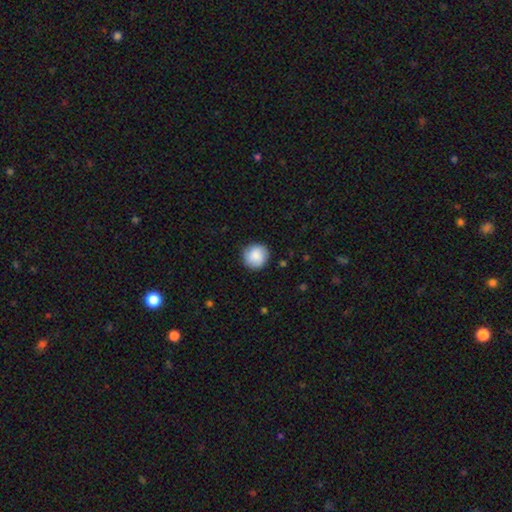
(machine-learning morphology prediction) type=smooth (87%); roundness=round (94%); merging=none (89%).